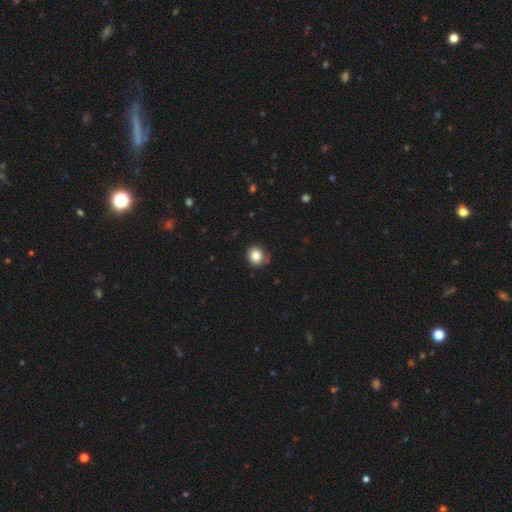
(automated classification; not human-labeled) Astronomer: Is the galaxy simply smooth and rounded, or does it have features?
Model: smooth — 84%.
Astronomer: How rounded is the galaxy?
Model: round — 82%.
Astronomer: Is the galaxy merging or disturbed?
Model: none — 79%.